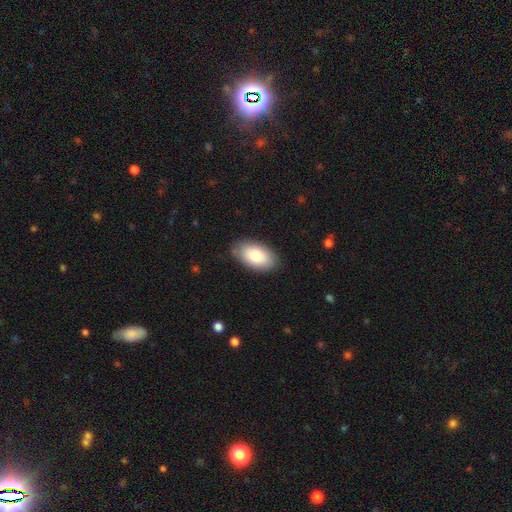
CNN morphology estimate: The model was most divided on "smooth or featured": smooth: 82%, featured or disk: 12%, star or artifact: 6%. More confident: how rounded — in between (95%); merging — none (84%).